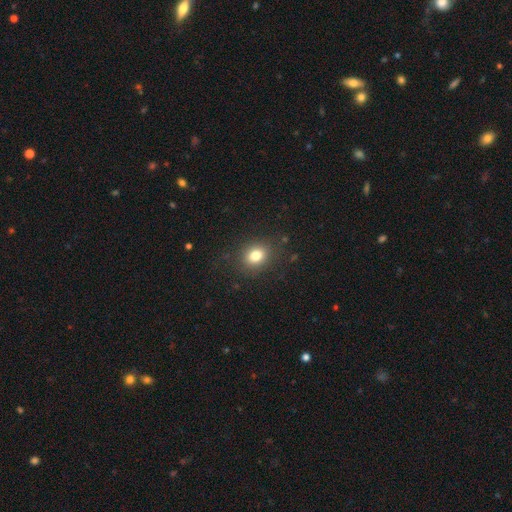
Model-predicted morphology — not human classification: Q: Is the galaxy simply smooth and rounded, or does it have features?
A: smooth — 80%.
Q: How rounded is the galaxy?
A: round — 52%.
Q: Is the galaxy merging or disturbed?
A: none — 85%.